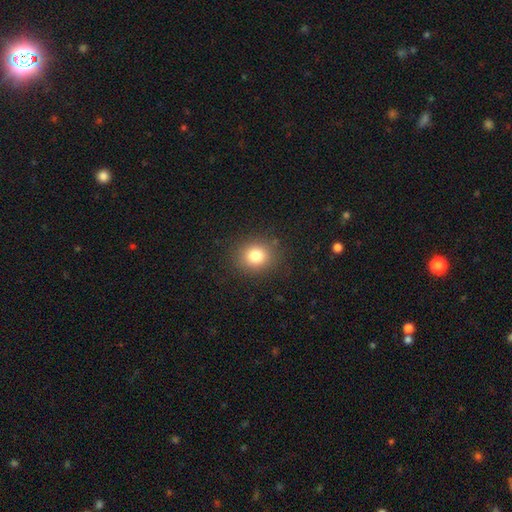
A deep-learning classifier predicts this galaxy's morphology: Smooth or featured: smooth — 81% (star or artifact — 12%)
How rounded: round — 76% (in between — 24%)
Merging: none — 87% (minor disturbance — 8%)